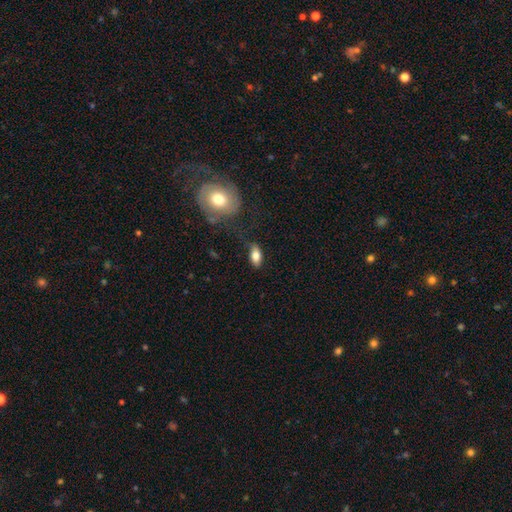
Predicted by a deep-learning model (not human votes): Smooth or featured? smooth (77%)
How rounded? in between (87%)
Merging? none (67%)